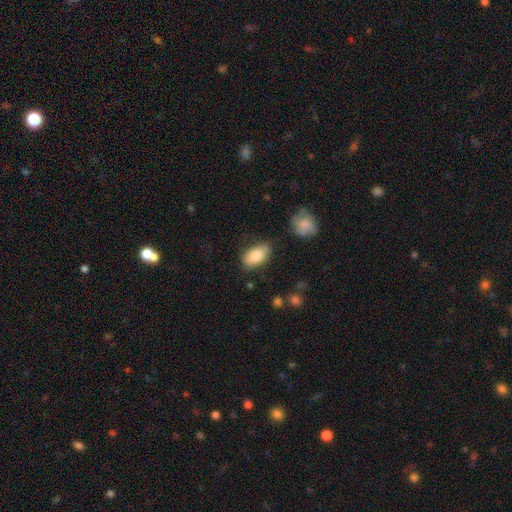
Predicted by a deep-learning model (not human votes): This appears to be a smooth galaxy with no disk features (83%) that is in between round and cigar-shaped (92%). Merging: none (76%).